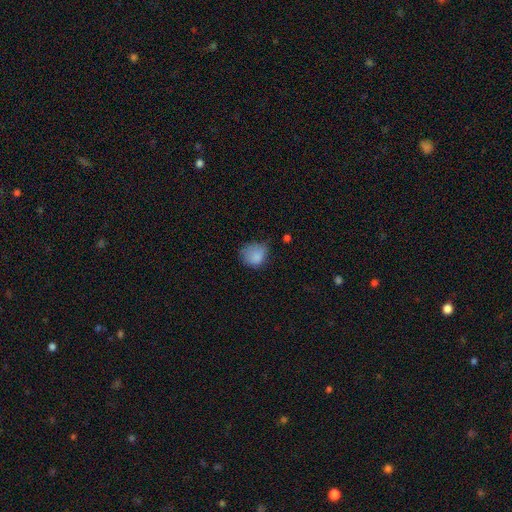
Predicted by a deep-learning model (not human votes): Q: Smooth or featured?
A: smooth (81%); runner-up: star or artifact (10%)
Q: How rounded?
A: round (65%); runner-up: in between (34%)
Q: Merging?
A: minor disturbance (41%); runner-up: none (39%)